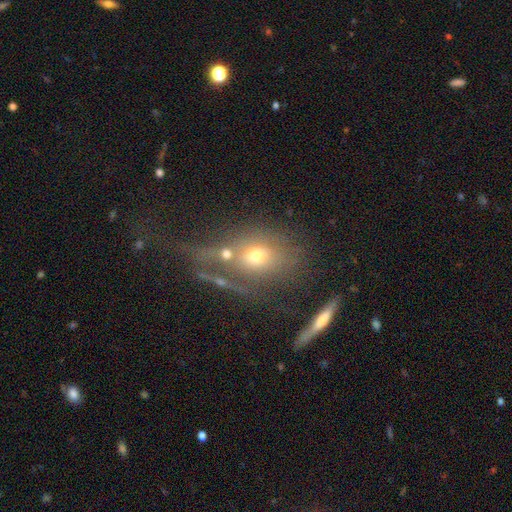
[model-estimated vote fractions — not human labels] This is possibly a smooth galaxy (57%). How rounded: possibly in between (56%). Merging: marginally none (42%).